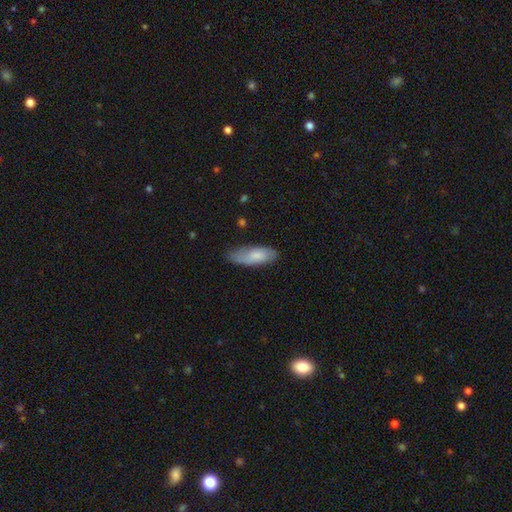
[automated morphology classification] smooth 72%, featured or disk 22%, star or artifact 6%. Down the decision tree: how rounded — in between (66%); merging — none (65%).